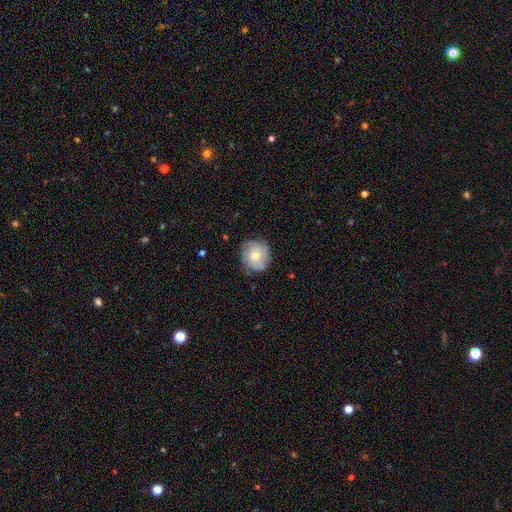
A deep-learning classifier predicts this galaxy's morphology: This is possibly a smooth galaxy (47%). Merging: likely none (72%).